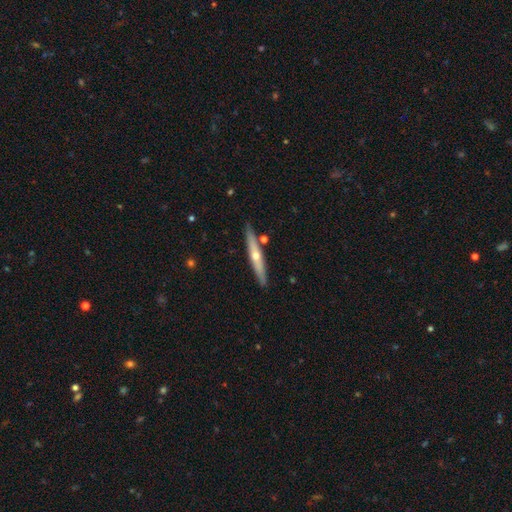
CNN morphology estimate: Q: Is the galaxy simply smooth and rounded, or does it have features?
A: featured or disk — 64%.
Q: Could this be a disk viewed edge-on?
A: yes — 93%.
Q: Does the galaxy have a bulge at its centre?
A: rounded — 84%.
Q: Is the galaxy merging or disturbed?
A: none — 88%.